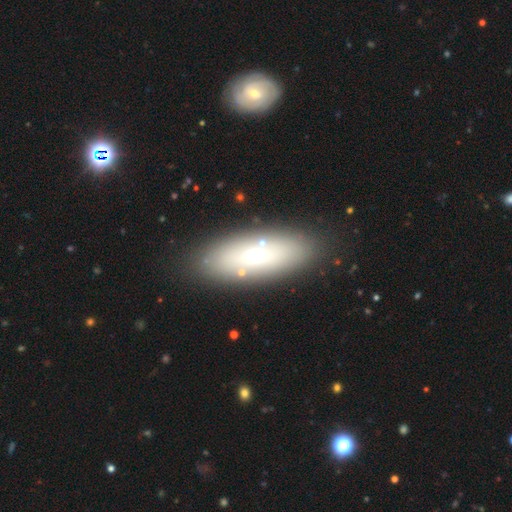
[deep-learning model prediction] Morphology: type=smooth (52%); roundness=in between (63%); merging=none (82%).